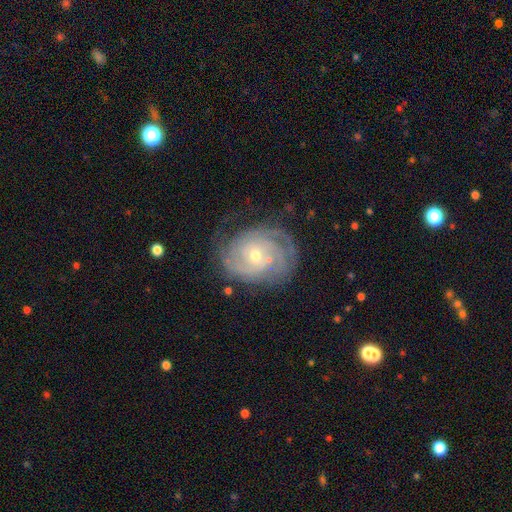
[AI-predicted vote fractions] Q: Smooth or featured?
A: featured or disk (86%); runner-up: smooth (8%)
Q: Edge-on disk?
A: no (97%); runner-up: yes (3%)
Q: Bar?
A: no (69%); runner-up: weak (25%)
Q: Spiral arms?
A: yes (95%); runner-up: no (5%)
Q: Spiral winding?
A: tight (72%); runner-up: medium (23%)
Q: Spiral arm count?
A: can't tell (31%); runner-up: 2 (26%)
Q: Bulge size?
A: small (54%); runner-up: moderate (43%)
Q: Merging?
A: none (67%); runner-up: minor disturbance (20%)